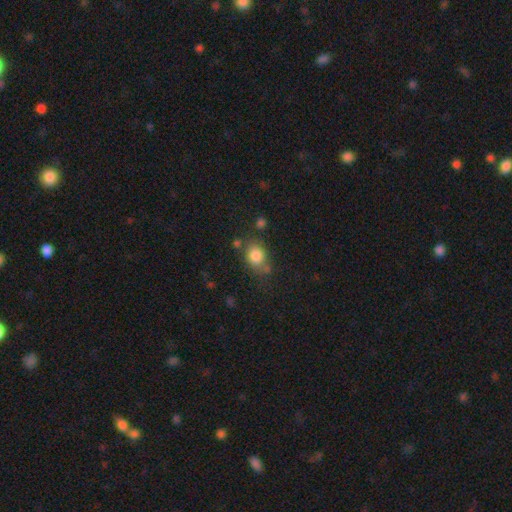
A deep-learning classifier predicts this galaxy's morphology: type=smooth (83%); roundness=round (53%); merging=none (62%).